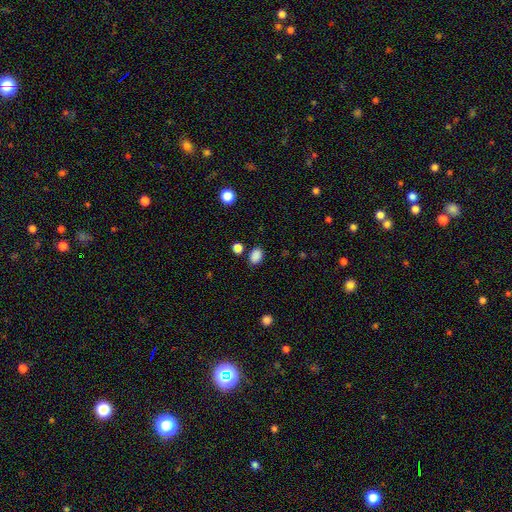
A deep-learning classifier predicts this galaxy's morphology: Q: Smooth or featured?
A: smooth (86%); runner-up: star or artifact (11%)
Q: How rounded?
A: in between (73%); runner-up: round (26%)
Q: Merging?
A: none (82%); runner-up: minor disturbance (11%)